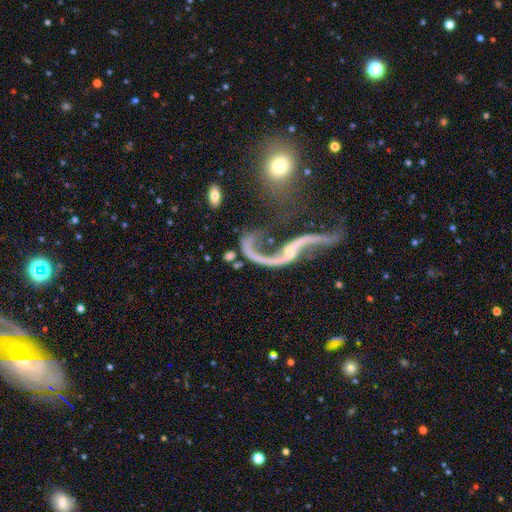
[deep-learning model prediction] featured or disk 86%, star or artifact 7%, smooth 6%. Down the decision tree: edge-on disk — no (93%); bar — no (53%); spiral arms — yes (90%); spiral arm count — 2 (88%); spiral winding — loose (95%); bulge size — small (69%); merging — none (40%).